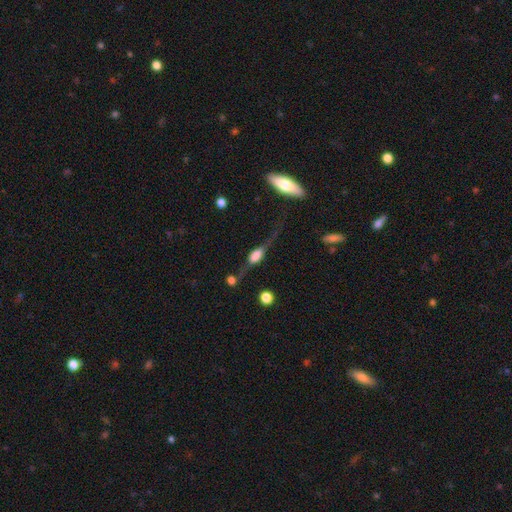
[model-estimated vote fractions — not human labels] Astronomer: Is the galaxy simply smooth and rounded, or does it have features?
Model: featured or disk — 69%.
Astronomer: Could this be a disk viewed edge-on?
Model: yes — 86%.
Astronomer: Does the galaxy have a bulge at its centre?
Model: rounded — 69%.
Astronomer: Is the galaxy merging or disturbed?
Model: none — 52%.